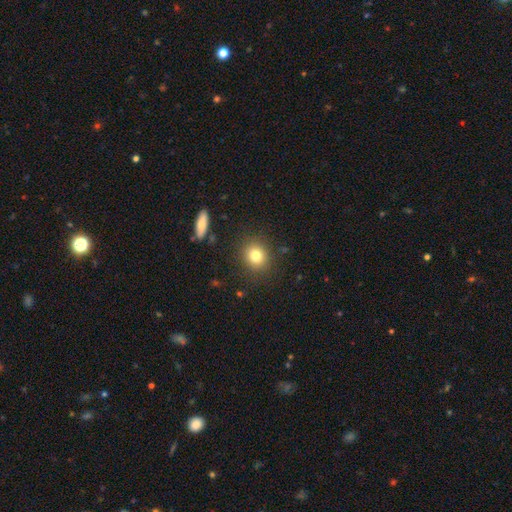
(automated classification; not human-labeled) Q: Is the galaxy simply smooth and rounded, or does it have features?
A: smooth — 80%.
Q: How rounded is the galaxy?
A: round — 80%.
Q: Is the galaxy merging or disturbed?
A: none — 88%.